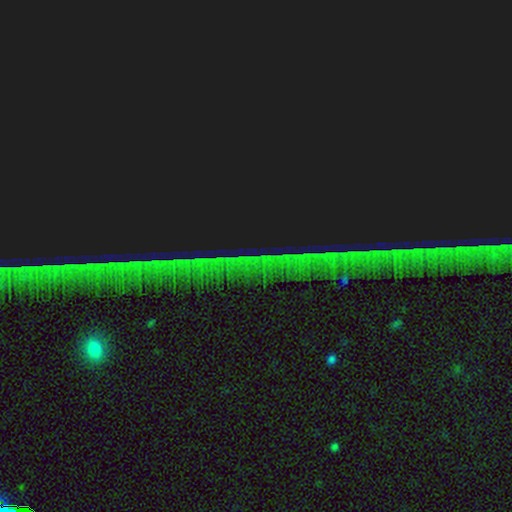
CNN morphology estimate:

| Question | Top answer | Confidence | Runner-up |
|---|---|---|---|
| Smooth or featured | star or artifact | 86% | featured or disk (8%) |